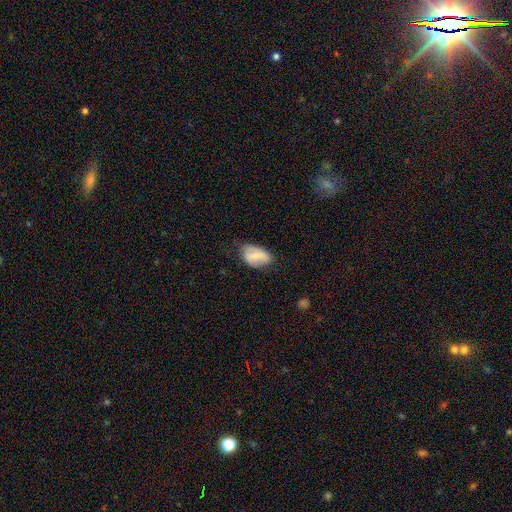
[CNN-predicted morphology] A smooth galaxy with no disk features (65%) that is in between round and cigar-shaped (90%).

Vote fractions:
- Smooth or featured? smooth: 65% / featured or disk: 28% / star or artifact: 7%
- How rounded? in between: 90% / round: 7% / cigar-shaped: 2%
- Merging? none: 58% / minor disturbance: 31% / major disturbance: 9% / merger: 2%